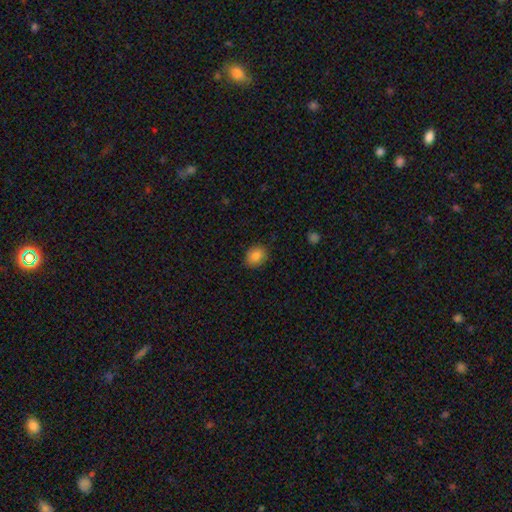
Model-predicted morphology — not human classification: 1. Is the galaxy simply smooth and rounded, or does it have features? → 85% smooth, 9% star or artifact, 6% featured or disk.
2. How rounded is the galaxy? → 58% round, 41% in between, 1% cigar-shaped.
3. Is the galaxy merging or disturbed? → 87% none, 10% minor disturbance, 2% major disturbance, 1% merger.